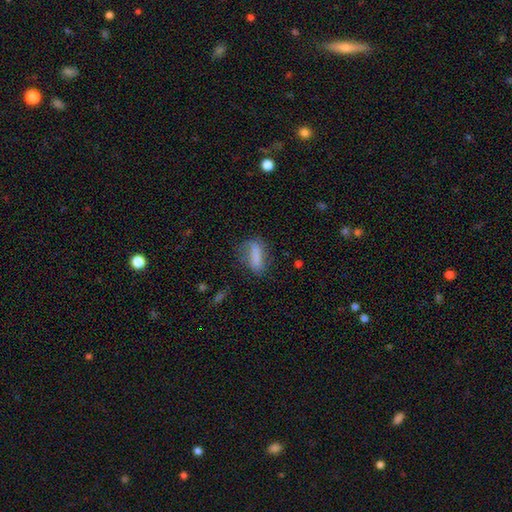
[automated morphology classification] Overall: smooth (72%). How rounded: in between (57%; cigar-shaped 38%). Merging: none (57%; minor disturbance 26%).